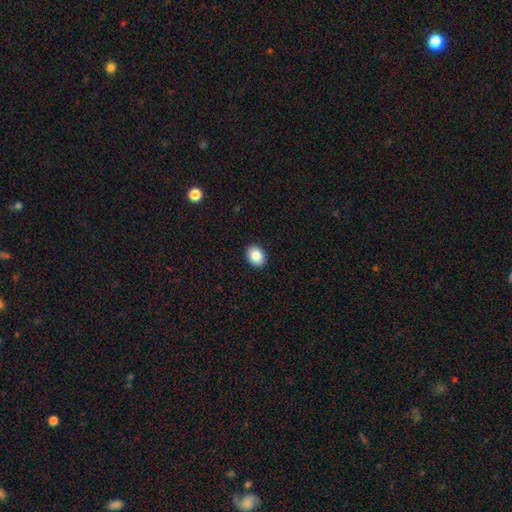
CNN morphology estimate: A smooth galaxy with no disk features (86%) that is in between round and cigar-shaped (57%). Merging: none (91%).